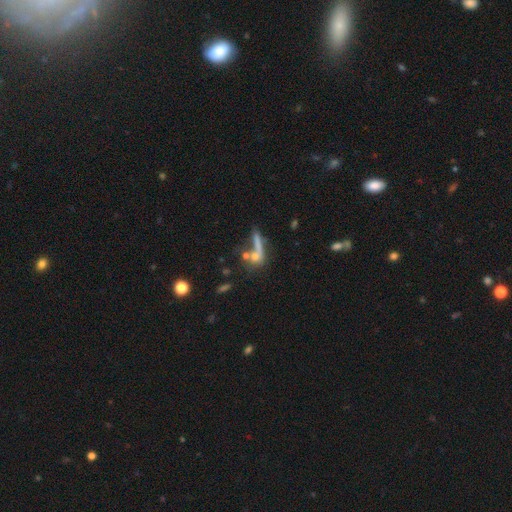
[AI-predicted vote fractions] Smooth or featured? Predicted: smooth (p=0.56). How rounded? Predicted: cigar-shaped (p=0.41). Merging? Predicted: none (p=0.40).